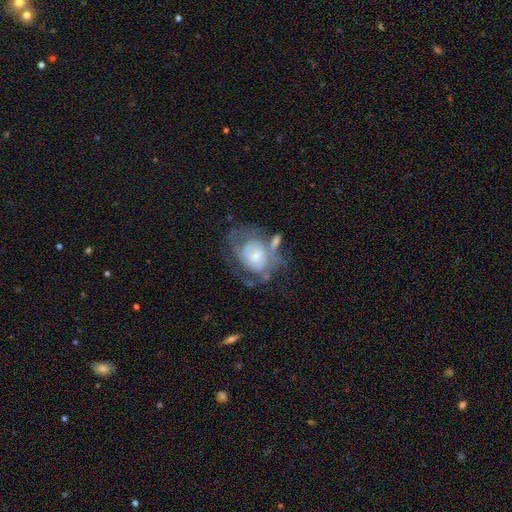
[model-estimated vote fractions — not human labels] Q: Smooth or featured?
A: featured or disk (66%); runner-up: smooth (27%)
Q: Edge-on disk?
A: no (97%); runner-up: yes (3%)
Q: Bar?
A: no (59%); runner-up: weak (35%)
Q: Spiral arms?
A: yes (69%); runner-up: no (31%)
Q: Bulge size?
A: small (48%); runner-up: moderate (38%)
Q: Merging?
A: none (33%); runner-up: major disturbance (30%)